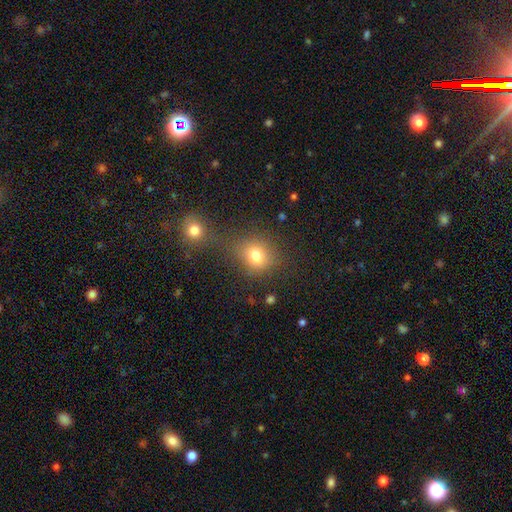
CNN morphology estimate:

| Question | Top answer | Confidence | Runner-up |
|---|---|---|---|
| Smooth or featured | smooth | 77% | star or artifact (15%) |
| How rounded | round | 75% | in between (24%) |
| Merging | none | 59% | merger (24%) |